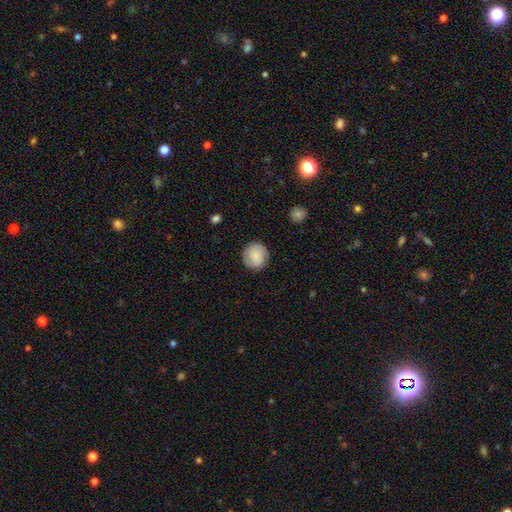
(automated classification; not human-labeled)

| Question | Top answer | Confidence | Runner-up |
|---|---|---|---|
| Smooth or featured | smooth | 81% | featured or disk (12%) |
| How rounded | round | 91% | in between (8%) |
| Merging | none | 88% | minor disturbance (9%) |